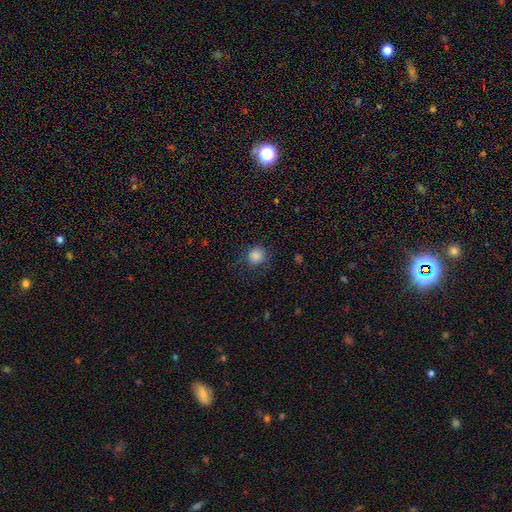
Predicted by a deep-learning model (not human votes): smooth_or_featured: smooth (p=0.85) [alt: star or artifact p=0.11]
how_rounded: round (p=0.88) [alt: in between p=0.12]
merging: none (p=0.78) [alt: minor disturbance p=0.15]